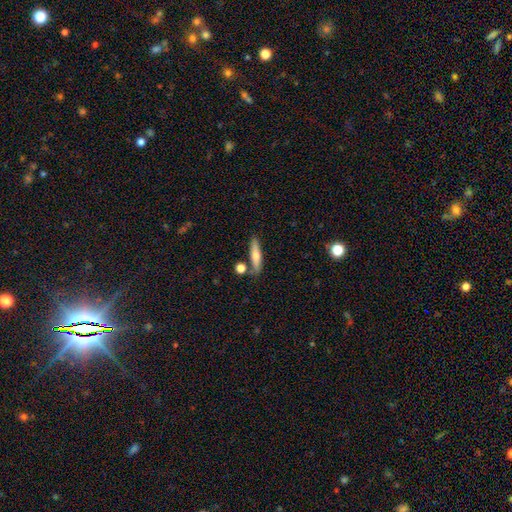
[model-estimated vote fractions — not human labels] A smooth galaxy with no disk features (60%) that is cigar-shaped (81%). Merging: none (79%).